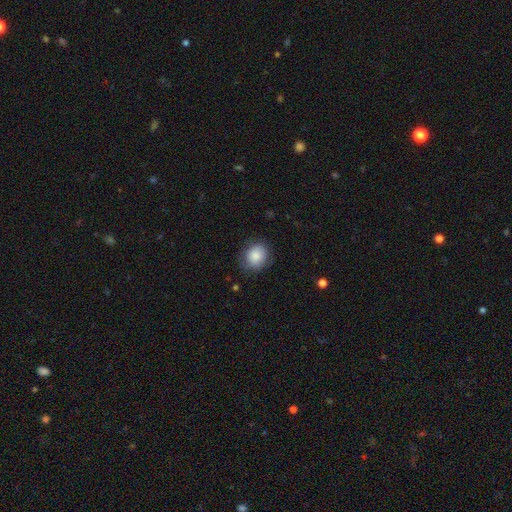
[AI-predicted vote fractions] smooth_or_featured: smooth (p=0.84) [alt: featured or disk p=0.08]
how_rounded: round (p=0.67) [alt: in between p=0.32]
merging: none (p=0.76) [alt: minor disturbance p=0.18]